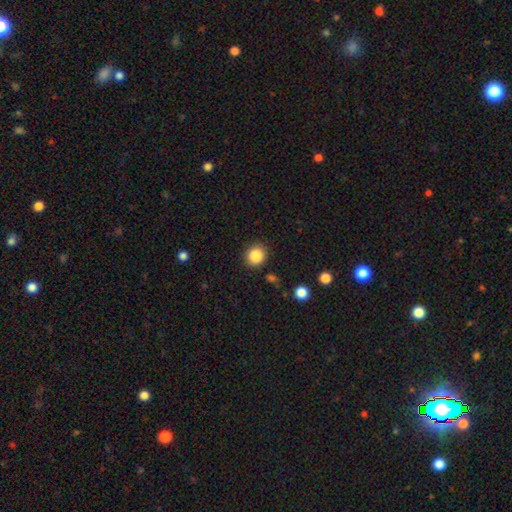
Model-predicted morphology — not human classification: Smooth or featured? smooth (86%)
How rounded? round (85%)
Merging? none (87%)